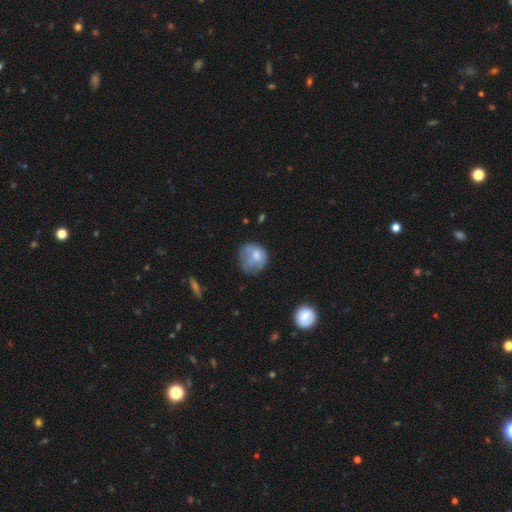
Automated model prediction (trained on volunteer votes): smooth_or_featured: smooth (p=0.60) [alt: featured or disk p=0.31]
how_rounded: round (p=0.67) [alt: in between p=0.32]
merging: none (p=0.40) [alt: minor disturbance p=0.30]